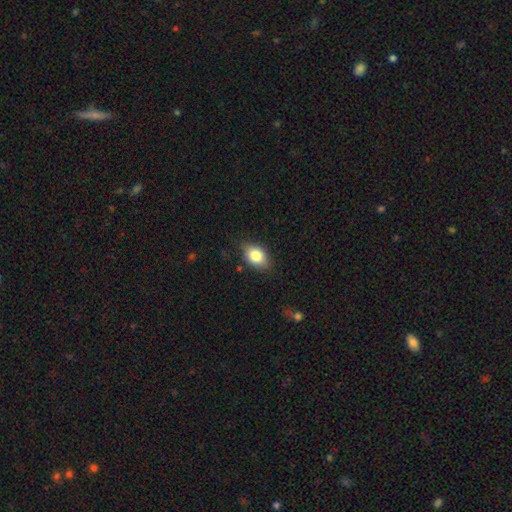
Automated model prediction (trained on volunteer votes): smooth_or_featured: smooth (p=0.80) [alt: featured or disk p=0.12]
how_rounded: in between (p=0.83) [alt: round p=0.15]
merging: none (p=0.81) [alt: minor disturbance p=0.15]